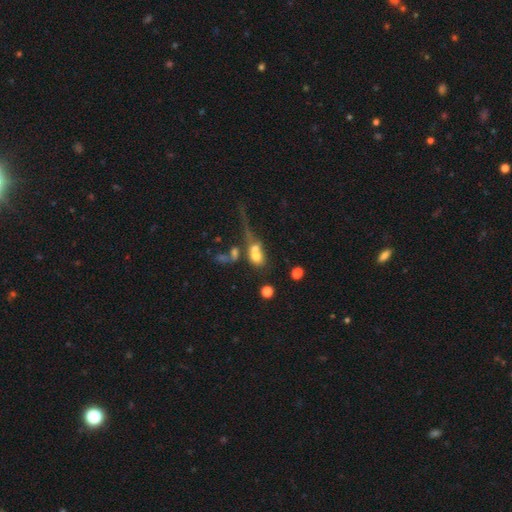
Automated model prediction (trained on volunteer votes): Smooth or featured: smooth — 61% (featured or disk — 25%)
How rounded: in between — 55% (round — 40%)
Merging: merger — 58% (none — 18%)